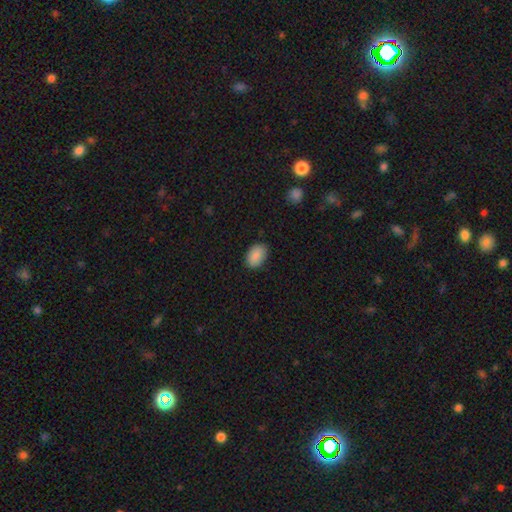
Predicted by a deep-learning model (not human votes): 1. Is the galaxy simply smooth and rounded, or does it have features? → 89% smooth, 7% star or artifact, 4% featured or disk.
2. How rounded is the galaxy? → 87% in between, 12% round, 1% cigar-shaped.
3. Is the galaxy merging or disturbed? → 84% none, 13% minor disturbance, 3% major disturbance, 1% merger.